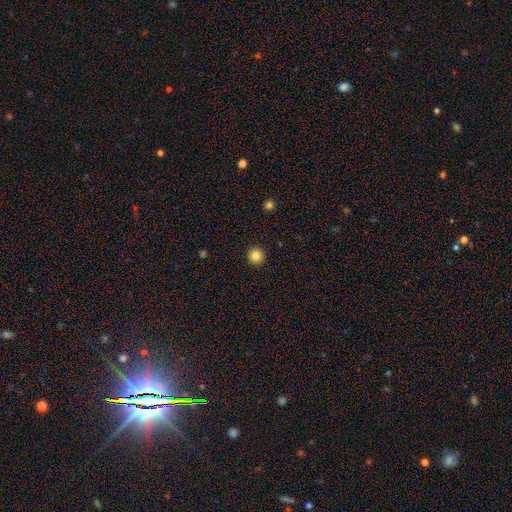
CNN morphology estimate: Q: Smooth or featured?
A: smooth (83%); runner-up: star or artifact (11%)
Q: How rounded?
A: round (96%); runner-up: in between (3%)
Q: Merging?
A: none (94%); runner-up: minor disturbance (4%)